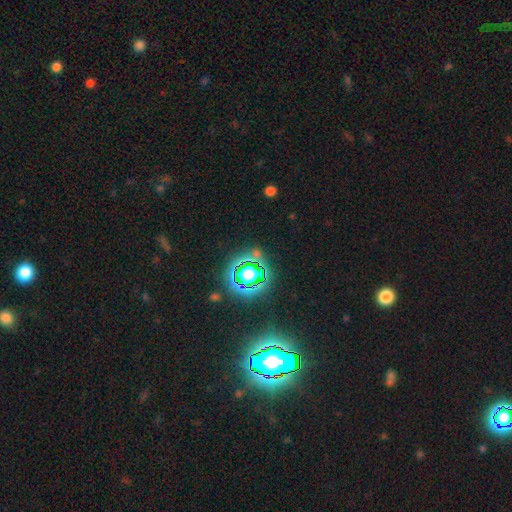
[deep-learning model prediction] star or artifact 75%, smooth 15%, featured or disk 10%.